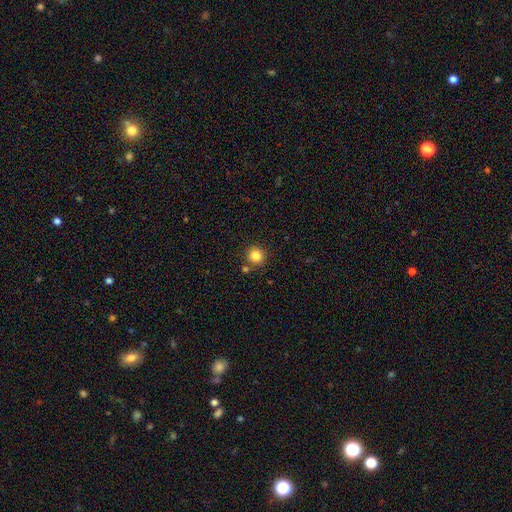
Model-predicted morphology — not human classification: This appears to be a smooth galaxy with no disk features (83%) that is round (94%). Merging: none (84%).